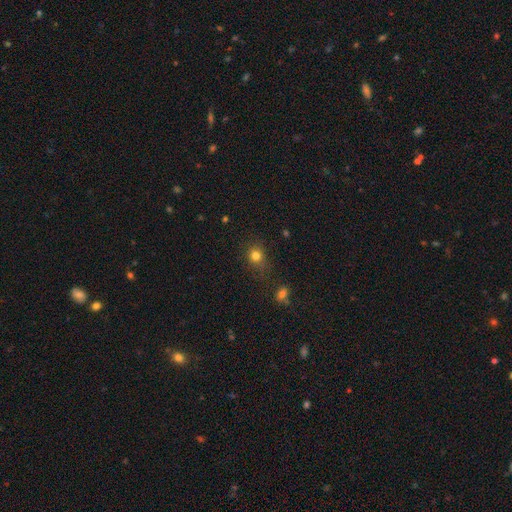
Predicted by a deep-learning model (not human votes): Smooth or featured? Predicted: smooth (p=0.77). How rounded? Predicted: round (p=0.78). Merging? Predicted: none (p=0.76).